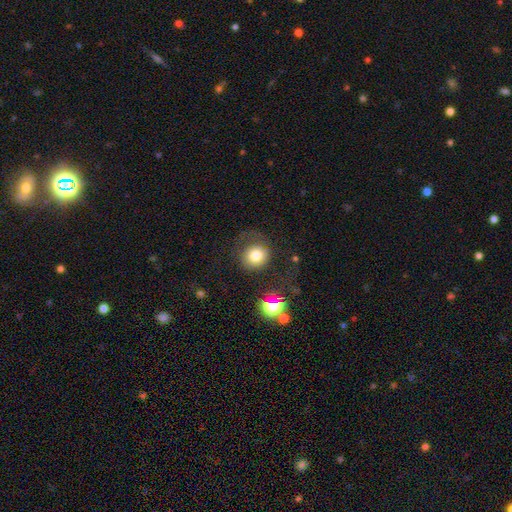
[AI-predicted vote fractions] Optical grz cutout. It shows a smooth galaxy with no disk features (75%) that is round (86%). Merging: none (61%).